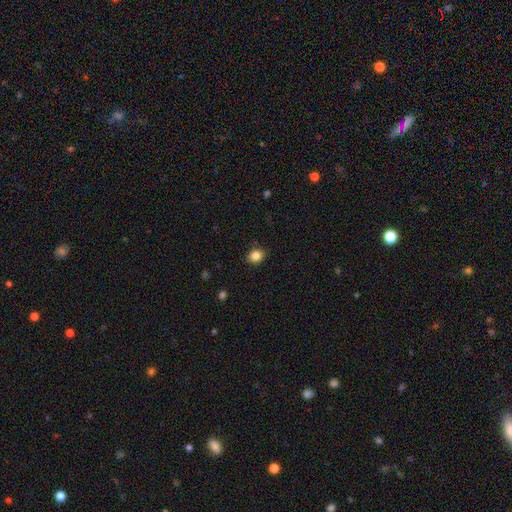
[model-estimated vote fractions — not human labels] Smooth or featured? Predicted: smooth (p=0.85). How rounded? Predicted: round (p=0.71). Merging? Predicted: none (p=0.89).